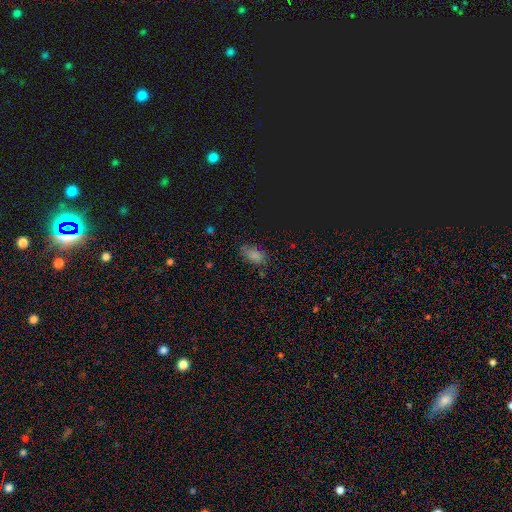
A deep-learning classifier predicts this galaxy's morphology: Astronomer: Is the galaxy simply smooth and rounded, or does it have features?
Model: smooth — 76%.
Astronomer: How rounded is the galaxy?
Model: in between — 90%.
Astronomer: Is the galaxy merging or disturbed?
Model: none — 72%.